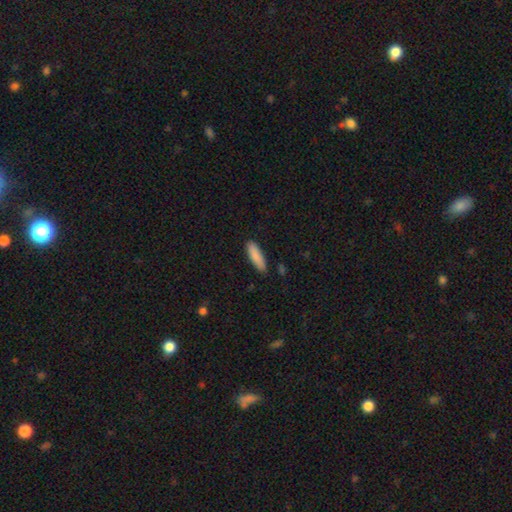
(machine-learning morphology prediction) Smooth or featured: smooth — 88% (featured or disk — 6%)
How rounded: cigar-shaped — 58% (in between — 41%)
Merging: none — 84% (minor disturbance — 12%)